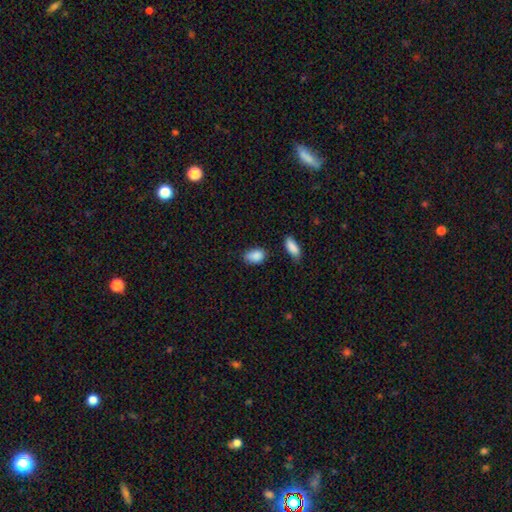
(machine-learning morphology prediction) type=smooth (88%); roundness=in between (86%); merging=none (65%).